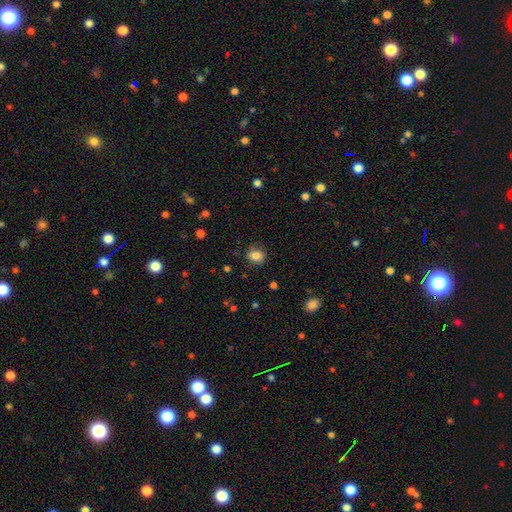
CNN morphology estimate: Smooth or featured? Predicted: smooth (p=0.83). How rounded? Predicted: round (p=0.63). Merging? Predicted: none (p=0.78).